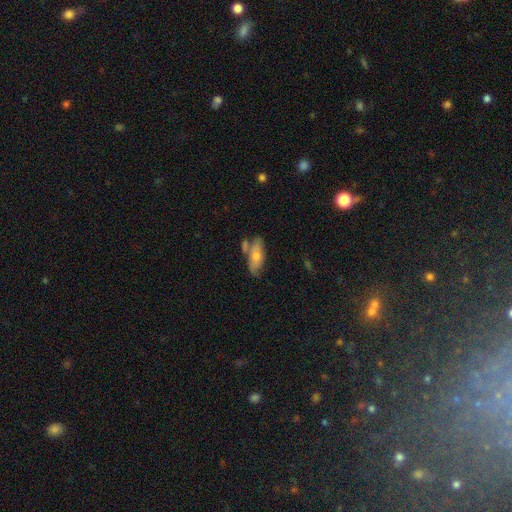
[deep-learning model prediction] smooth-or-featured: smooth: 65% | featured or disk: 28% | star or artifact: 6%
  how-rounded: in between: 77% | cigar-shaped: 20% | round: 3%
  merging: none: 50% | merger: 22% | minor disturbance: 21% | major disturbance: 8%